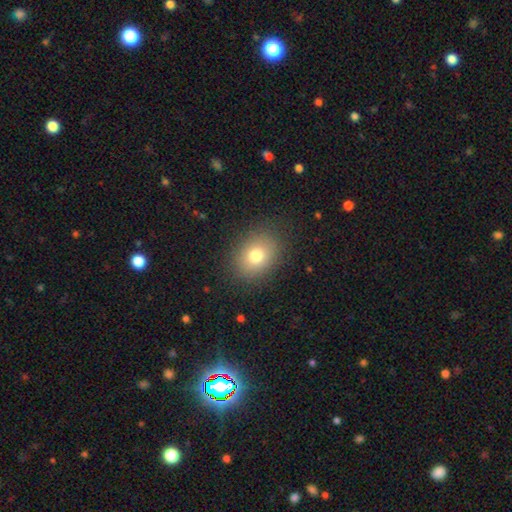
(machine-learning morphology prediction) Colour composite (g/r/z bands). It shows a smooth galaxy with no disk features (76%) that is in between round and cigar-shaped (55%). Merging: none (86%).